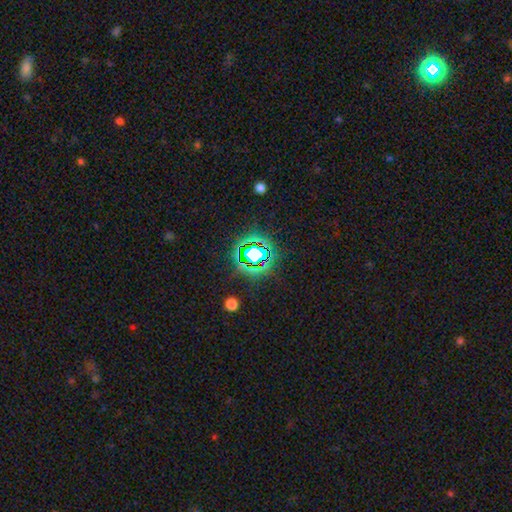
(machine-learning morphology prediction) smooth-or-featured: star or artifact: 70% | smooth: 19% | featured or disk: 11%